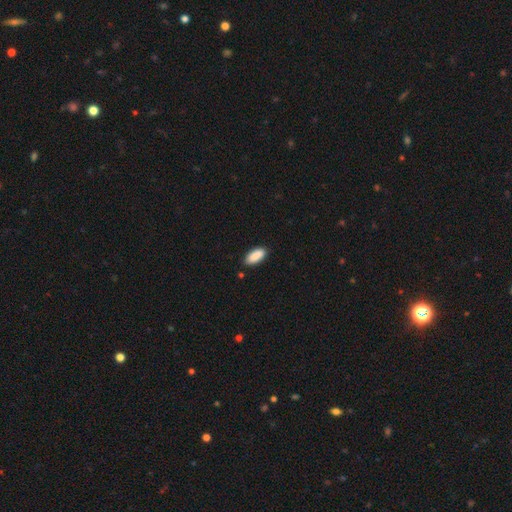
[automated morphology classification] Smooth or featured? smooth (90%)
How rounded? in between (86%)
Merging? none (84%)